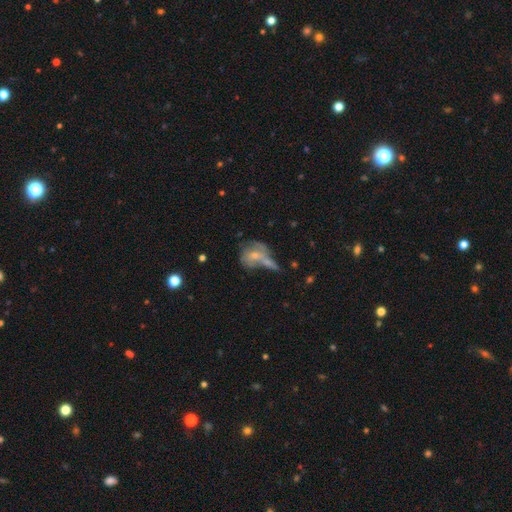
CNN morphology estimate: Smooth or featured? Predicted: smooth (p=0.49). Merging? Predicted: merger (p=0.39).